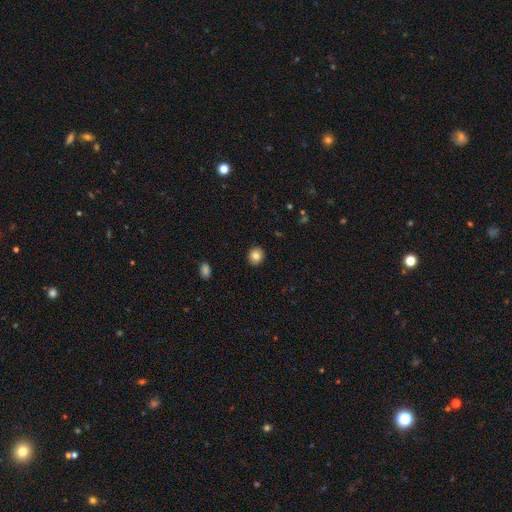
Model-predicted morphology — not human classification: This appears to be a smooth galaxy with no disk features (83%) that is round (77%). Merging: none (91%).